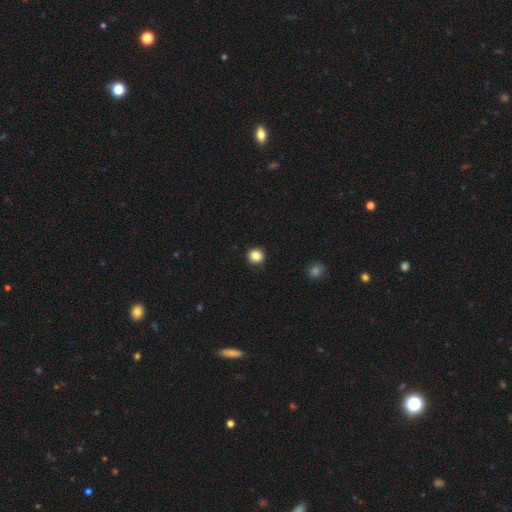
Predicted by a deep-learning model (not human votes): Smooth or featured? smooth (85%)
How rounded? round (94%)
Merging? none (92%)